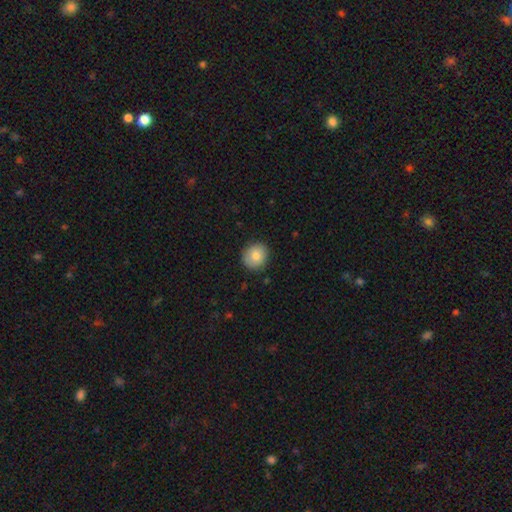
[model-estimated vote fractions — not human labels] smooth-or-featured: smooth: 83% | featured or disk: 9% | star or artifact: 8%
  how-rounded: round: 86% | in between: 14% | cigar-shaped: 1%
  merging: none: 88% | minor disturbance: 9% | major disturbance: 2% | merger: 1%